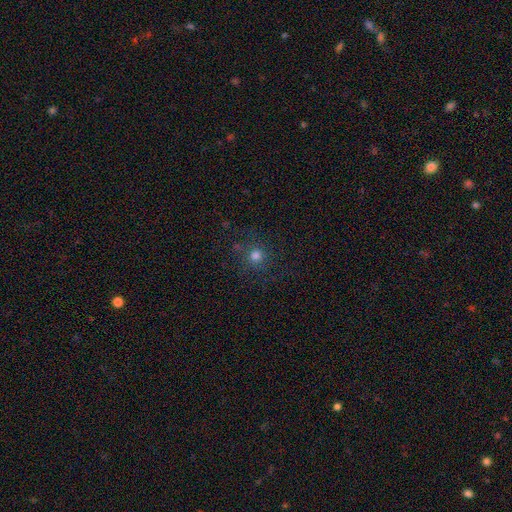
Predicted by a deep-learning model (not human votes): Overall: smooth (73%). How rounded: round (92%). Merging: none (81%).